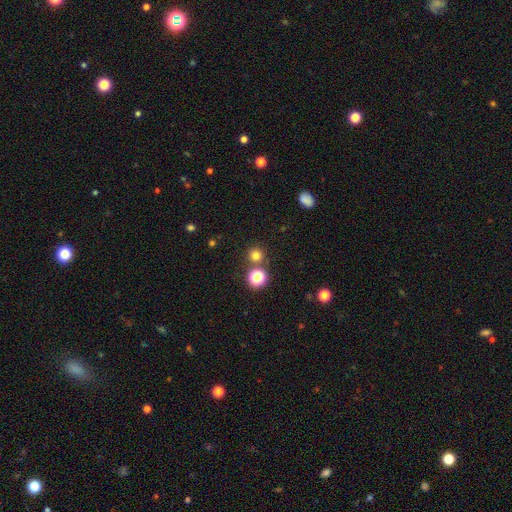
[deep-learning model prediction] Q: Smooth or featured?
A: smooth (74%); runner-up: star or artifact (20%)
Q: How rounded?
A: round (94%); runner-up: in between (5%)
Q: Merging?
A: none (78%); runner-up: merger (12%)